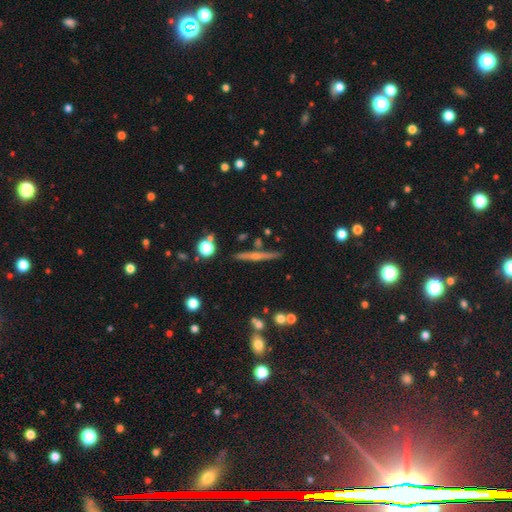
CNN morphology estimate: This is marginally a featured or disk galaxy (43%). Merging: likely none (76%).